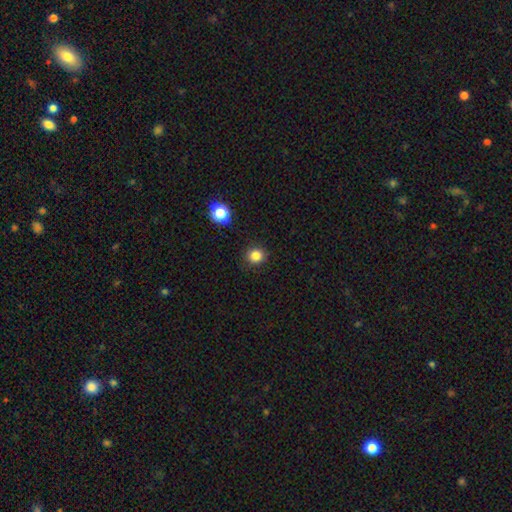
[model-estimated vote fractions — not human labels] Smooth or featured?
  - smooth: 84% *
  - star or artifact: 12%
  - featured or disk: 4%
How rounded?
  - round: 88% *
  - in between: 11%
  - cigar-shaped: 1%
Merging?
  - none: 90% *
  - minor disturbance: 7%
  - major disturbance: 2%
  - merger: 1%